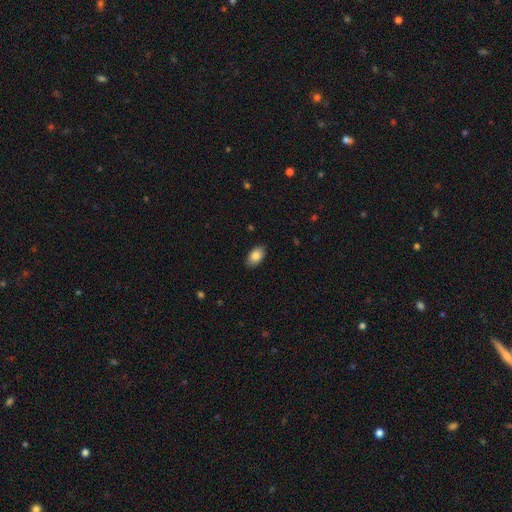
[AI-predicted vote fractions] The model was most divided on "merging": none: 87%, minor disturbance: 10%, major disturbance: 2%, merger: 1%. More confident: how rounded — in between (92%); smooth or featured — smooth (85%).